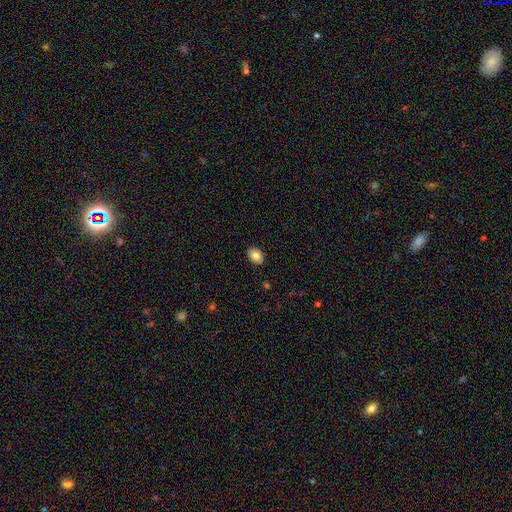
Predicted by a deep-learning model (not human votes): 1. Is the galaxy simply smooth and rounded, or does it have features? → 84% smooth, 8% featured or disk, 8% star or artifact.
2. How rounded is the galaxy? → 75% in between, 24% round, 1% cigar-shaped.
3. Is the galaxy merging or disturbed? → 89% none, 8% minor disturbance, 2% major disturbance, 1% merger.